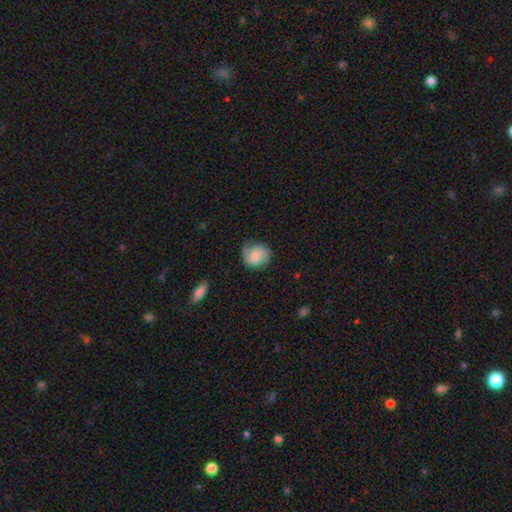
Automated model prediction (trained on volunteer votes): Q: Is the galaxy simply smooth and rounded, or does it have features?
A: smooth — 49%.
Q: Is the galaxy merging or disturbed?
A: none — 68%.